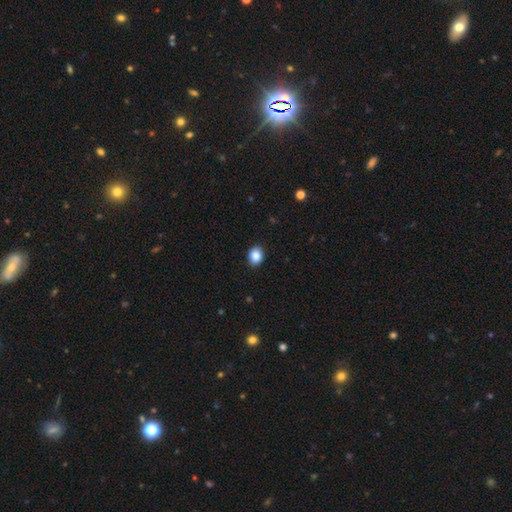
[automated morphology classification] Q: Smooth or featured?
A: smooth (88%); runner-up: star or artifact (9%)
Q: How rounded?
A: round (53%); runner-up: in between (46%)
Q: Merging?
A: none (90%); runner-up: minor disturbance (7%)